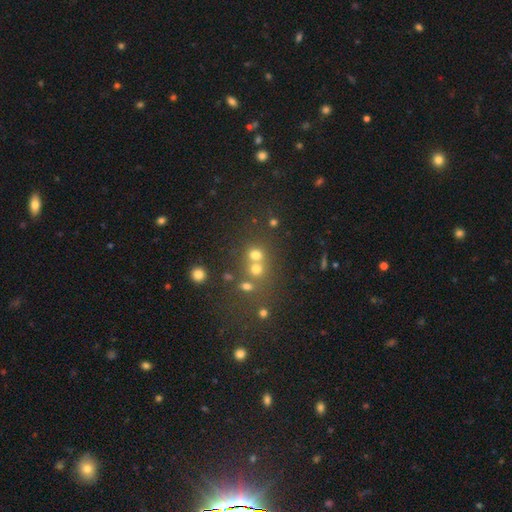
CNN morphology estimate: smooth_or_featured: smooth (p=0.64) [alt: star or artifact p=0.24]
how_rounded: round (p=0.83) [alt: in between p=0.16]
merging: none (p=0.47) [alt: merger p=0.42]